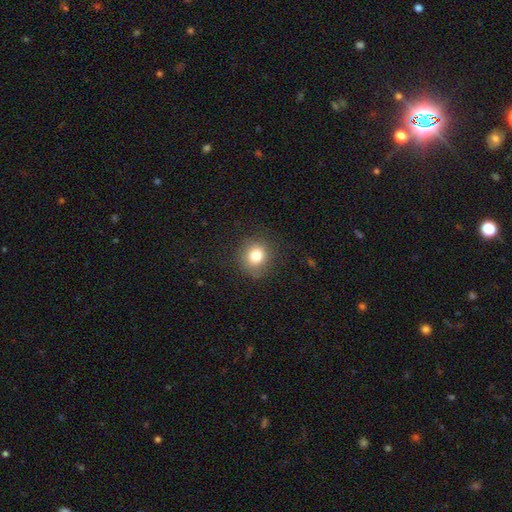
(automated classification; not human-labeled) A smooth galaxy with no disk features (80%) that is round (84%). Merging: none (83%).